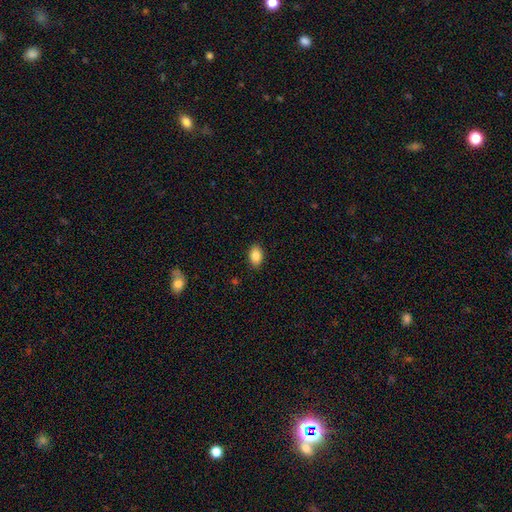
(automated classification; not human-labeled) This is clearly a smooth galaxy (86%). How rounded: clearly in between (86%). Merging: clearly none (89%).